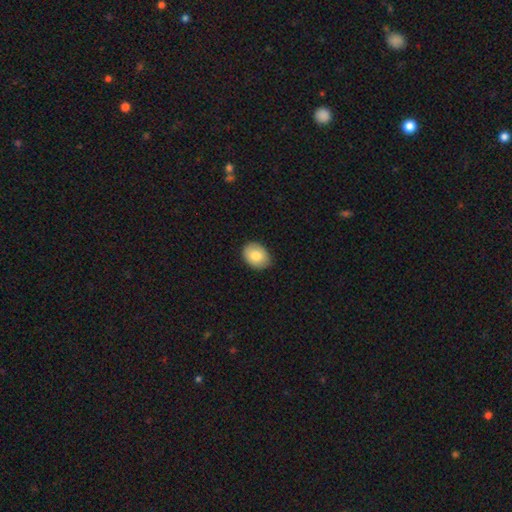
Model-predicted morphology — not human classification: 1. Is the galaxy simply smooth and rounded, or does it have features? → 79% smooth, 14% featured or disk, 7% star or artifact.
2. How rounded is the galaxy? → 69% in between, 30% round, 1% cigar-shaped.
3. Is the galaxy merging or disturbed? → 86% none, 11% minor disturbance, 2% major disturbance, 1% merger.